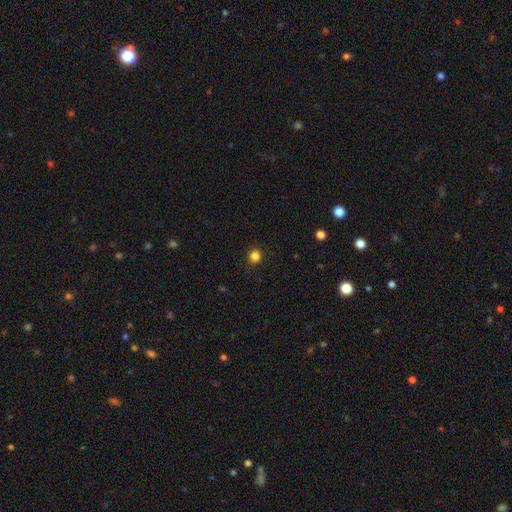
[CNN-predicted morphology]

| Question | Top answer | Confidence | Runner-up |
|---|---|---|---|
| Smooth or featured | smooth | 83% | star or artifact (13%) |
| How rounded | round | 90% | in between (9%) |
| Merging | none | 91% | minor disturbance (6%) |